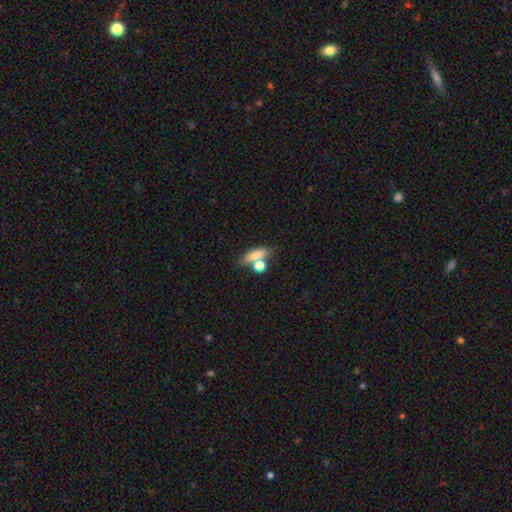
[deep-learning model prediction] A smooth galaxy with no disk features (72%) that is in between round and cigar-shaped (61%).

Vote fractions:
- Smooth or featured? smooth: 72% / featured or disk: 17% / star or artifact: 11%
- How rounded? in between: 61% / cigar-shaped: 24% / round: 15%
- Merging? none: 48% / merger: 34% / minor disturbance: 12% / major disturbance: 6%